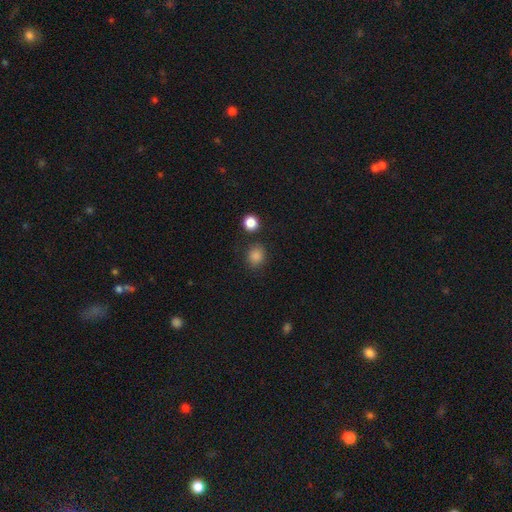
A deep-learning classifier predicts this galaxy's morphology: smooth 84%, star or artifact 12%, featured or disk 4%. Down the decision tree: how rounded — round (78%); merging — none (82%).